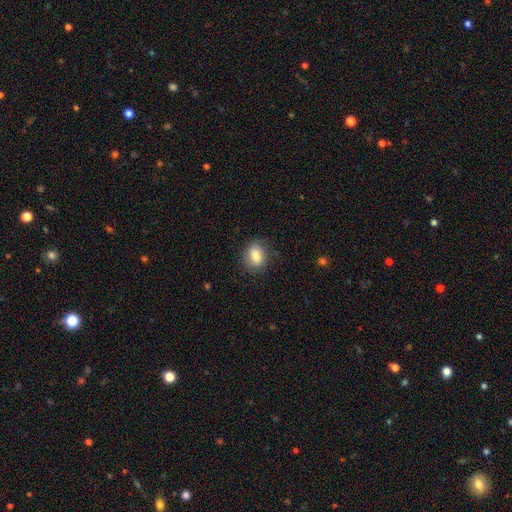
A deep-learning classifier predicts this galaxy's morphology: The model was most divided on "how rounded": in between: 55%, round: 43%, cigar-shaped: 1%. More confident: merging — none (81%); smooth or featured — smooth (79%).